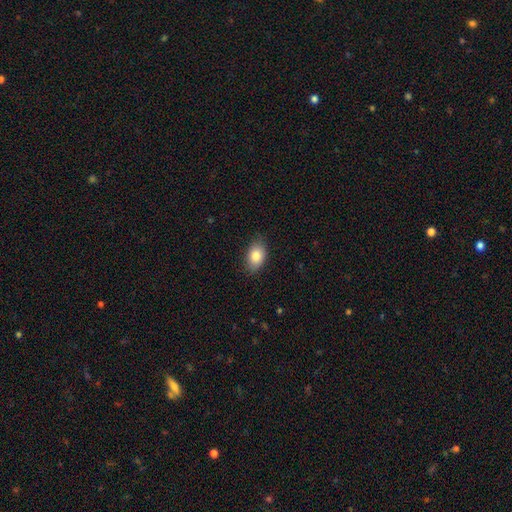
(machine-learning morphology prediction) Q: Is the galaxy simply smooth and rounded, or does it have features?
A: smooth — 83%.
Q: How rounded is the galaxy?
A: in between — 87%.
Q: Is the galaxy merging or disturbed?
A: none — 83%.